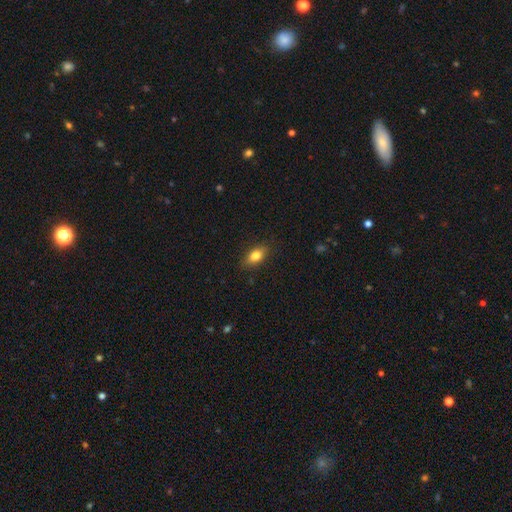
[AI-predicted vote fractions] Smooth or featured? Predicted: smooth (p=0.81). How rounded? Predicted: in between (p=0.85). Merging? Predicted: none (p=0.86).